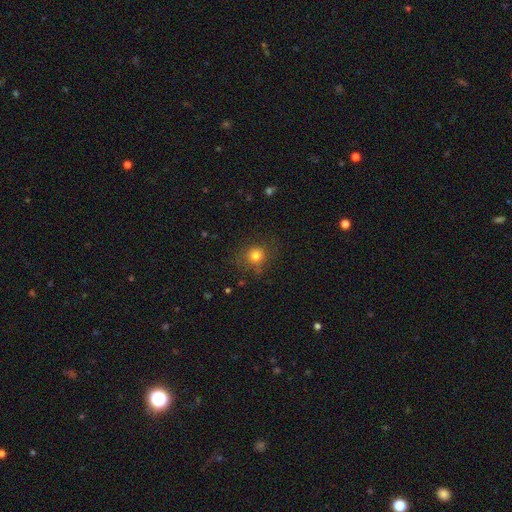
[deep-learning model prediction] This is likely a smooth galaxy (79%). How rounded: clearly round (87%). Merging: likely none (80%).